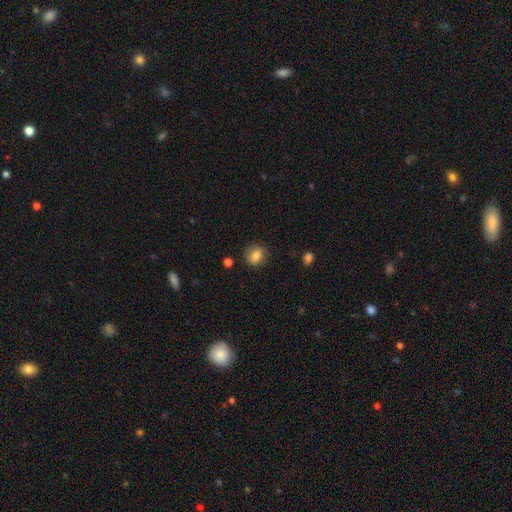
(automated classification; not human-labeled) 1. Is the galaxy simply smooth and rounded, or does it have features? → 84% smooth, 9% star or artifact, 7% featured or disk.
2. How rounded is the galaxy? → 51% round, 47% in between, 1% cigar-shaped.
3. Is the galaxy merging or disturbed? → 80% none, 14% minor disturbance, 4% major disturbance, 2% merger.